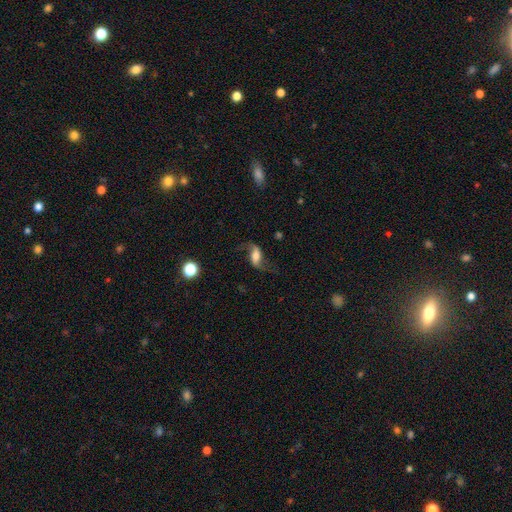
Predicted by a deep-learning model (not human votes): Morphology: type=featured or disk (70%); edge-on=no (92%); bar=weak (39%); spiral arms=yes (92%); winding=loose (87%); arm count=2 (92%); bulge=moderate (38%); merging=none (70%).